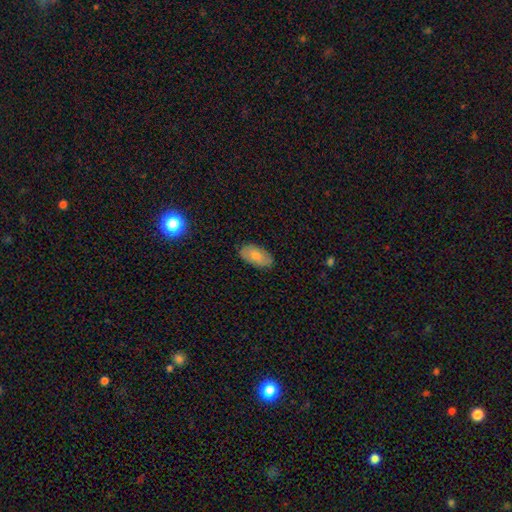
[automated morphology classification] smooth_or_featured: smooth (p=0.76) [alt: featured or disk p=0.18]
how_rounded: in between (p=0.94) [alt: round p=0.03]
merging: none (p=0.84) [alt: minor disturbance p=0.12]